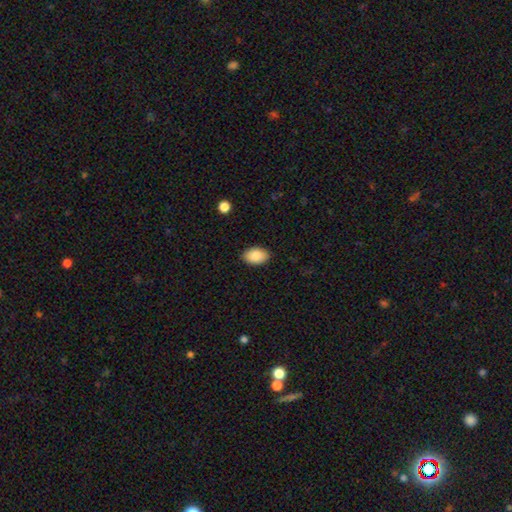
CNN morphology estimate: The model was most divided on "how rounded": in between: 89%, round: 10%, cigar-shaped: 1%. More confident: merging — none (88%); smooth or featured — smooth (88%).